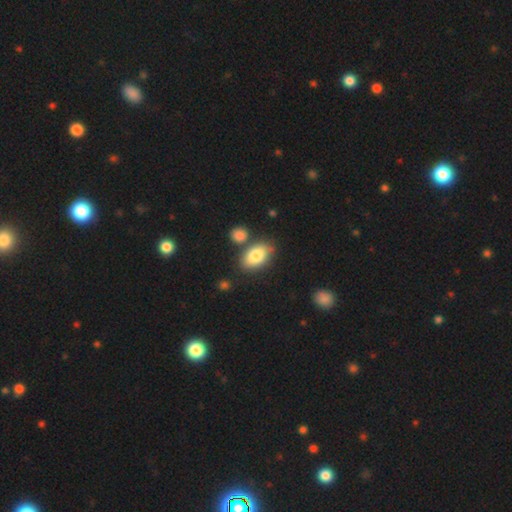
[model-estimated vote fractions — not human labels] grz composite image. It shows a smooth galaxy with no disk features (80%) that is in between round and cigar-shaped (90%). Merging: none (68%).